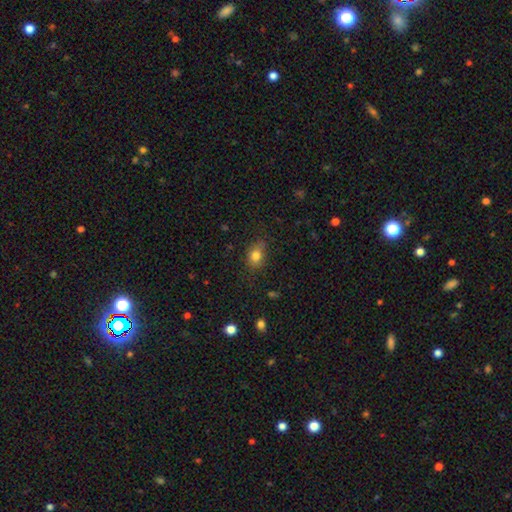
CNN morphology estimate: smooth_or_featured: smooth (p=0.80) [alt: star or artifact p=0.11]
how_rounded: in between (p=0.50) [alt: round p=0.48]
merging: none (p=0.72) [alt: minor disturbance p=0.21]